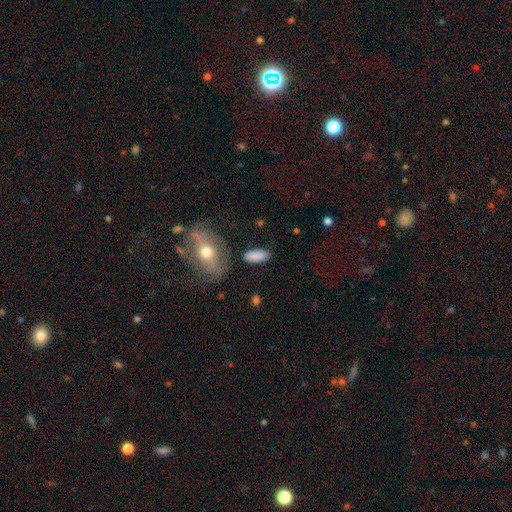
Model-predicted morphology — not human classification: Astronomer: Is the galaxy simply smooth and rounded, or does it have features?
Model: smooth — 85%.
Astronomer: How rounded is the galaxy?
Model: in between — 72%.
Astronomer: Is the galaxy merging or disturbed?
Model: none — 82%.